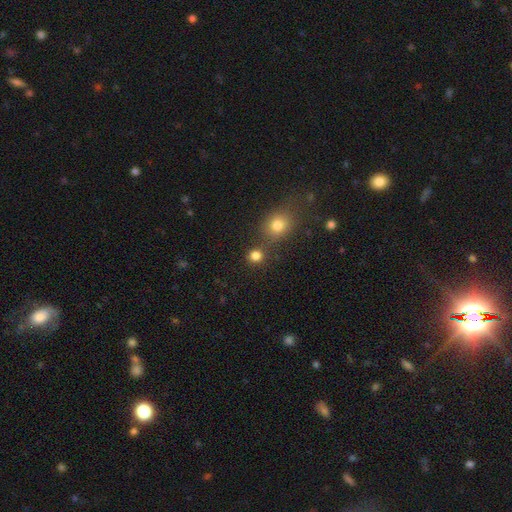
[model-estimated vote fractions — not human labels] smooth 82%, star or artifact 14%, featured or disk 5%. Down the decision tree: how rounded — round (87%); merging — none (74%).